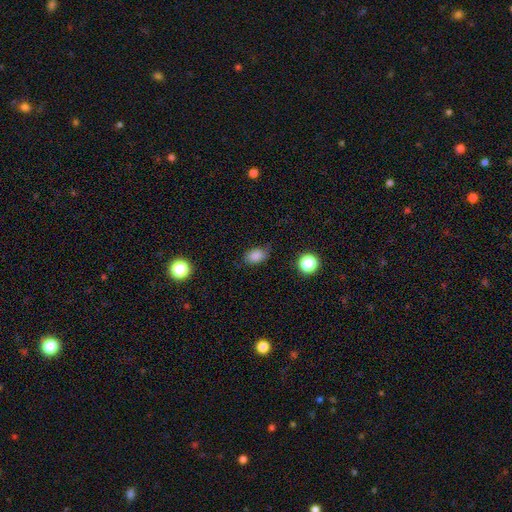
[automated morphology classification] smooth 84%, star or artifact 11%, featured or disk 5%. Down the decision tree: how rounded — in between (81%); merging — none (71%).